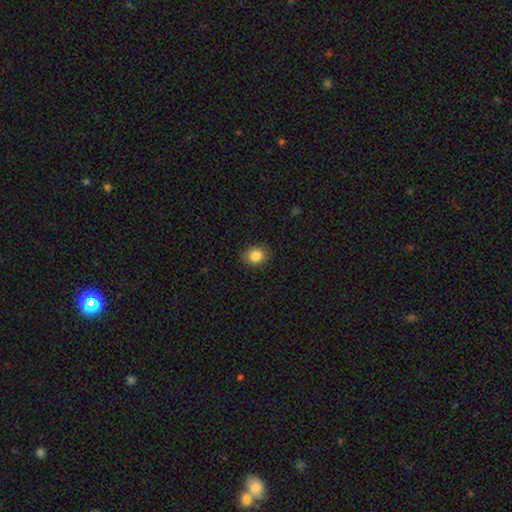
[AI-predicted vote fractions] Overall: smooth (86%). How rounded: round (67%; in between 32%). Merging: none (86%).